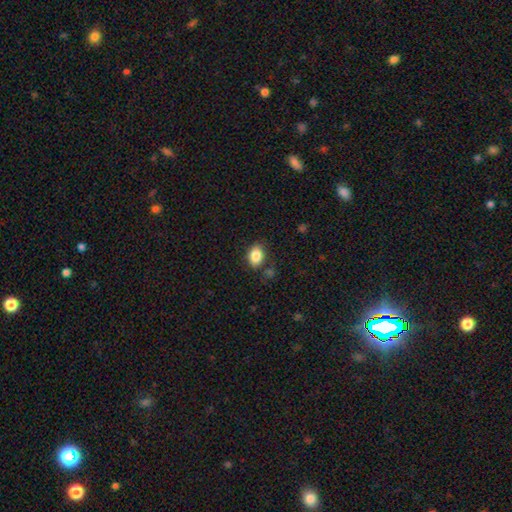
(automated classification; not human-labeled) Overall: smooth (86%). How rounded: in between (80%). Merging: none (80%).